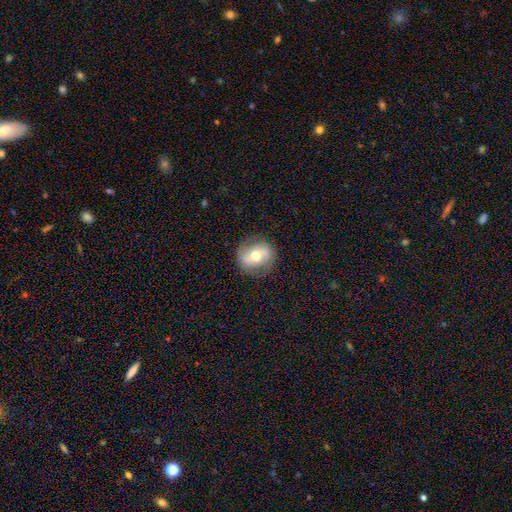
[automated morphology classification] This is possibly a featured or disk galaxy (49%). Merging: clearly none (82%).